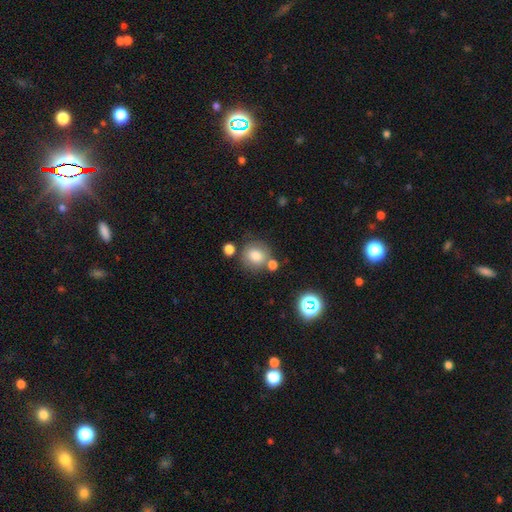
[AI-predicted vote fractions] Smooth or featured?
  - smooth: 78% *
  - star or artifact: 12%
  - featured or disk: 11%
How rounded?
  - round: 85% *
  - in between: 14%
  - cigar-shaped: 1%
Merging?
  - none: 67% *
  - merger: 15%
  - minor disturbance: 13%
  - major disturbance: 5%